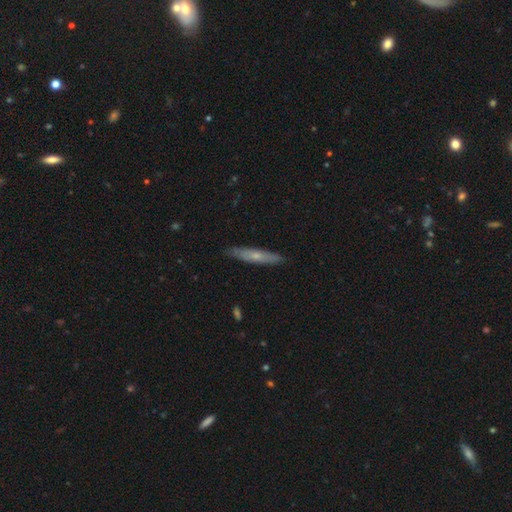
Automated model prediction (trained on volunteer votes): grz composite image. It shows a smooth galaxy with no disk features (50%). Merging: none (86%).